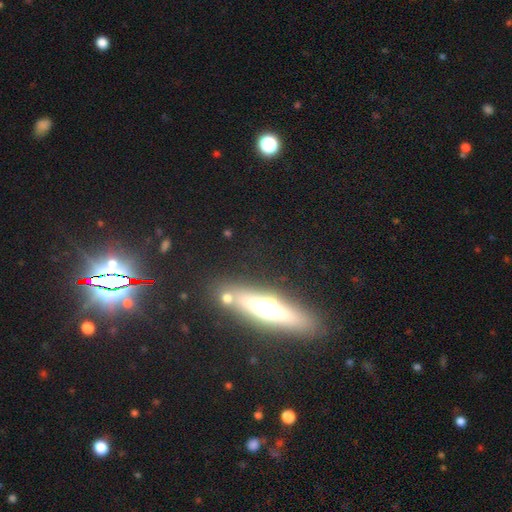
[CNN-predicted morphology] Smooth or featured: featured or disk — 54% (smooth — 29%)
Edge-on disk: yes — 90% (no — 10%)
Merging: none — 82% (minor disturbance — 11%)